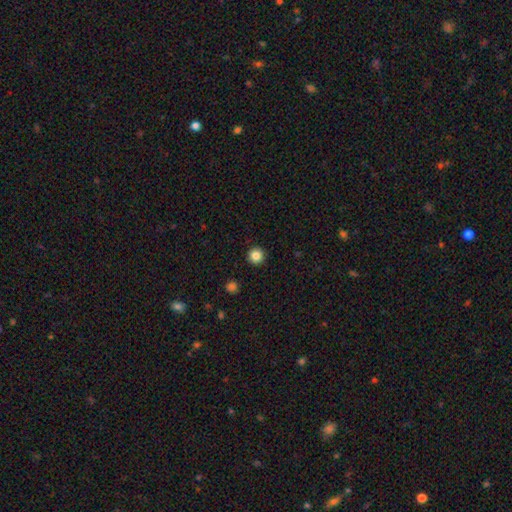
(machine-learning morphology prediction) Smooth or featured: smooth — 85% (star or artifact — 11%)
How rounded: round — 96% (in between — 3%)
Merging: none — 93% (minor disturbance — 4%)